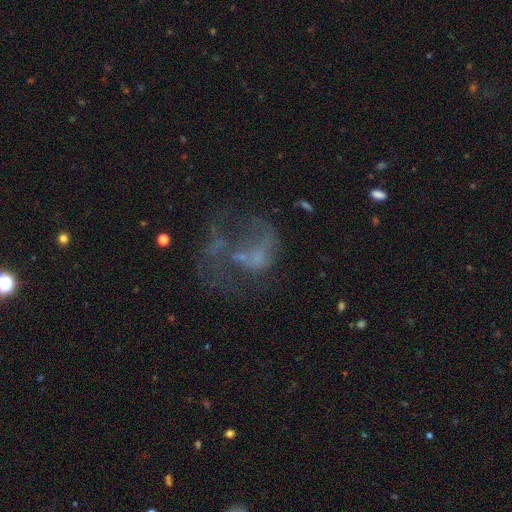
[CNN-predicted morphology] This appears to be a featured or disk galaxy (55%) with no bar (84%), no spiral arms (78%) and no central bulge (65%). Merging: major disturbance (46%).